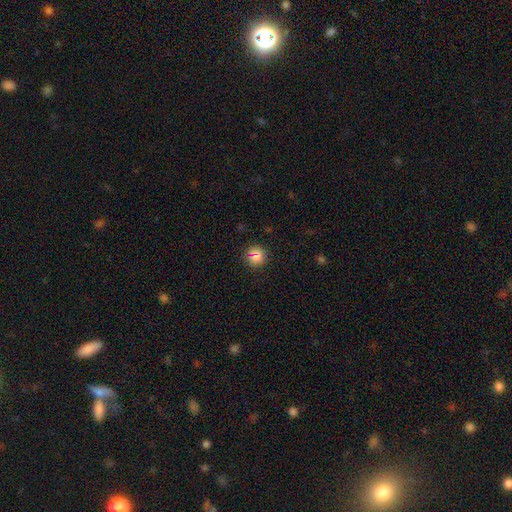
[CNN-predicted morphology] A smooth galaxy with no disk features (74%) that is round (94%).

Vote fractions:
- Smooth or featured? smooth: 74% / star or artifact: 18% / featured or disk: 8%
- How rounded? round: 94% / in between: 5% / cigar-shaped: 1%
- Merging? none: 88% / minor disturbance: 8% / major disturbance: 2% / merger: 2%